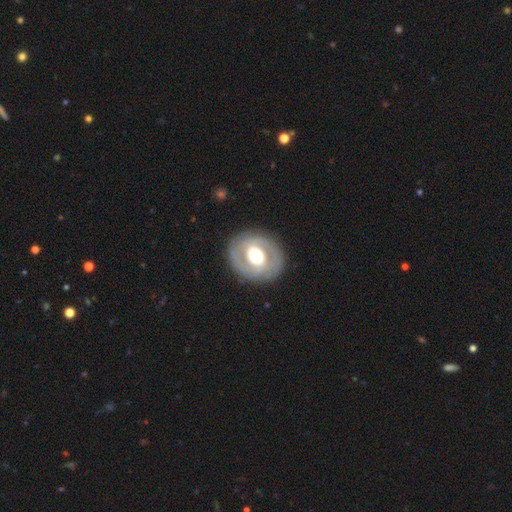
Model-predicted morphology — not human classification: This appears to be a featured or disk galaxy (61%) with no bar (60%), no spiral arms (62%) and a moderate central bulge (54%). Merging: none (83%).